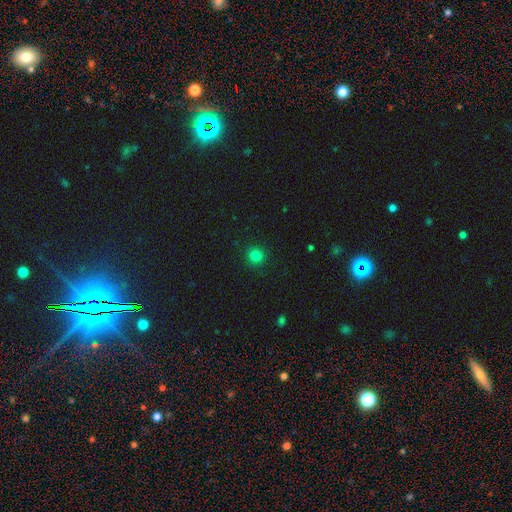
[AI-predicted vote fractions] smooth_or_featured: smooth (p=0.82) [alt: star or artifact p=0.14]
how_rounded: round (p=0.92) [alt: in between p=0.07]
merging: none (p=0.91) [alt: minor disturbance p=0.06]